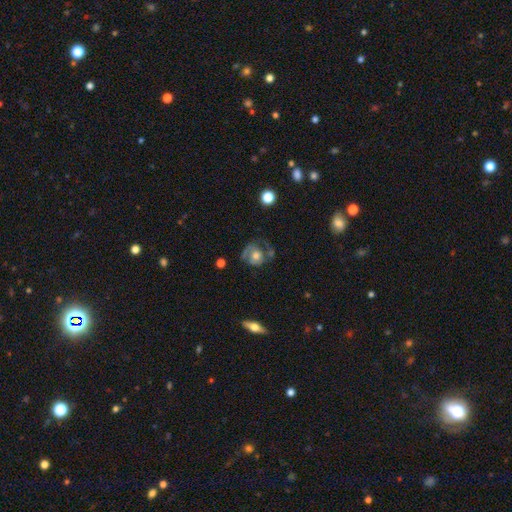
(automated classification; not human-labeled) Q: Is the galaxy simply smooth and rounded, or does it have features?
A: featured or disk — 55%.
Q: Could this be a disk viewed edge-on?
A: no — 96%.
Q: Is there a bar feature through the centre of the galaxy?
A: no — 80%.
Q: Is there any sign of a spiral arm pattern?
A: yes — 63%.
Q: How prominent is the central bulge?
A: moderate — 55%.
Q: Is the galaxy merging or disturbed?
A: none — 41%.